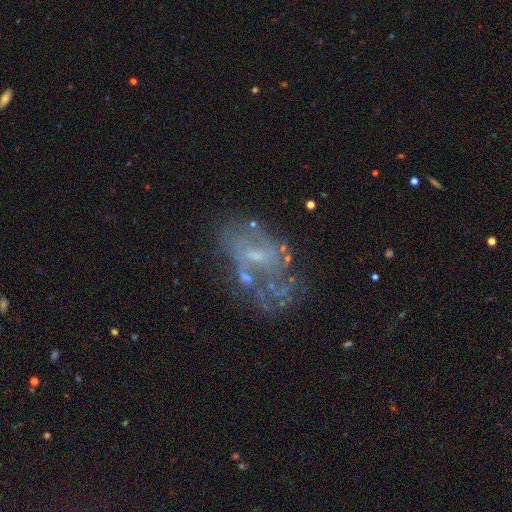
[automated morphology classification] Q: Smooth or featured?
A: featured or disk (73%); runner-up: smooth (15%)
Q: Edge-on disk?
A: no (96%); runner-up: yes (4%)
Q: Bar?
A: no (48%); runner-up: weak (43%)
Q: Spiral arms?
A: yes (57%); runner-up: no (43%)
Q: Bulge size?
A: small (54%); runner-up: moderate (24%)
Q: Merging?
A: none (46%); runner-up: major disturbance (24%)